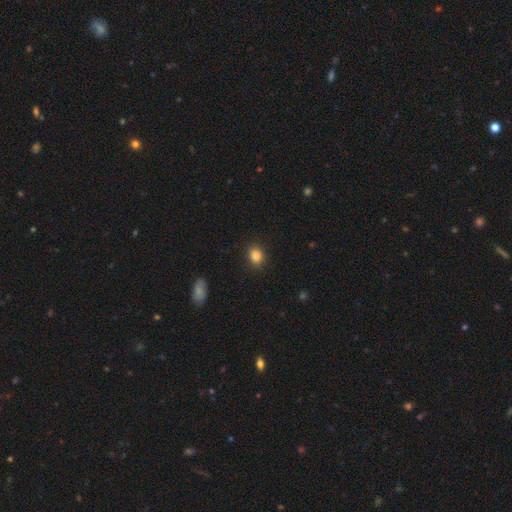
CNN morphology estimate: Smooth or featured?
  - smooth: 86% *
  - star or artifact: 10%
  - featured or disk: 4%
How rounded?
  - in between: 52% *
  - round: 47%
  - cigar-shaped: 1%
Merging?
  - none: 88% *
  - minor disturbance: 9%
  - major disturbance: 2%
  - merger: 1%